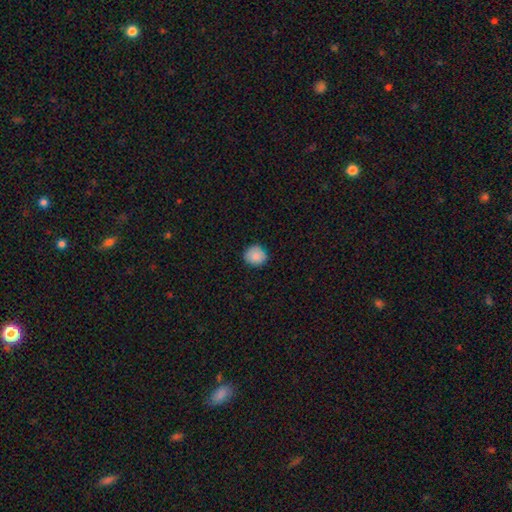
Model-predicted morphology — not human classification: Smooth or featured?
  - smooth: 86% *
  - star or artifact: 8%
  - featured or disk: 6%
How rounded?
  - round: 87% *
  - in between: 12%
  - cigar-shaped: 1%
Merging?
  - none: 83% *
  - minor disturbance: 14%
  - major disturbance: 2%
  - merger: 1%